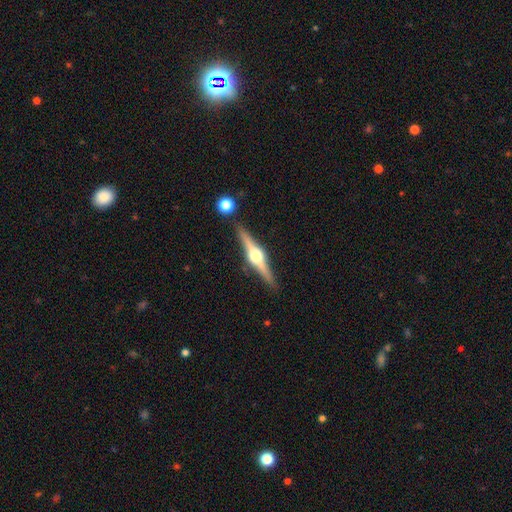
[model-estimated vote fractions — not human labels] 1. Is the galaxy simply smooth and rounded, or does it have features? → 84% featured or disk, 11% smooth, 5% star or artifact.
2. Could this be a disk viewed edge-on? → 98% yes, 2% no.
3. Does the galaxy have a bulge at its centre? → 95% rounded, 4% boxy, 1% none.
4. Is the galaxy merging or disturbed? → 89% none, 7% minor disturbance, 2% merger, 2% major disturbance.